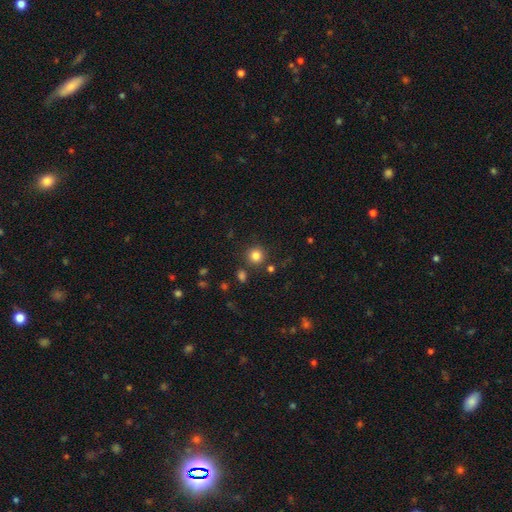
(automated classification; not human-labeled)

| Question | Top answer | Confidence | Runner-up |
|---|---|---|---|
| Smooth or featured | smooth | 83% | star or artifact (12%) |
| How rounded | round | 93% | in between (6%) |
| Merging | none | 84% | minor disturbance (7%) |